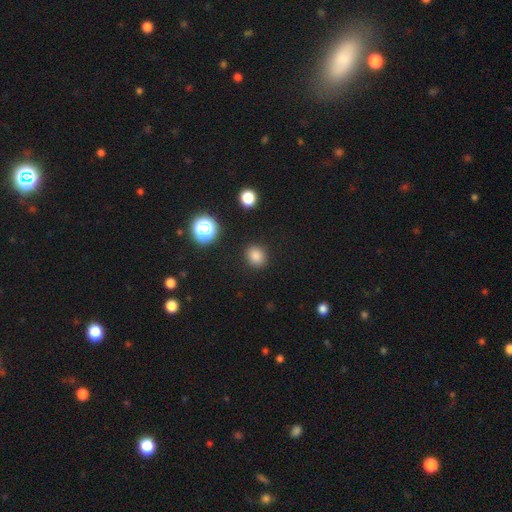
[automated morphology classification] Smooth or featured? Predicted: smooth (p=0.82). How rounded? Predicted: round (p=0.72). Merging? Predicted: none (p=0.88).